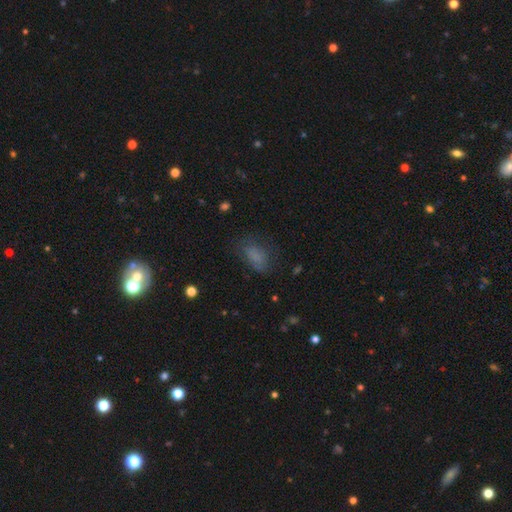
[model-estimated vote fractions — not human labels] smooth_or_featured: smooth (p=0.75) [alt: star or artifact p=0.13]
how_rounded: in between (p=0.87) [alt: round p=0.09]
merging: none (p=0.62) [alt: minor disturbance p=0.23]